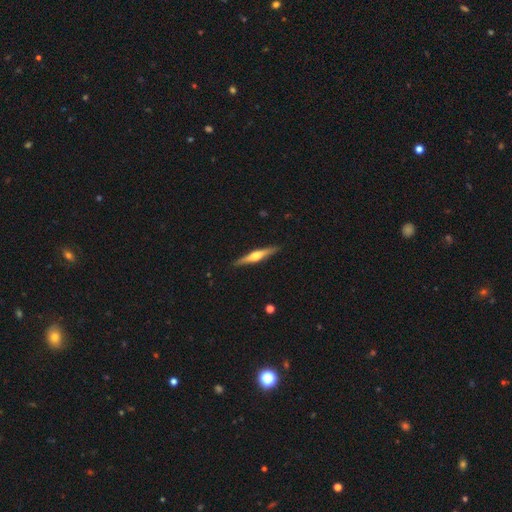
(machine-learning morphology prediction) Smooth or featured? featured or disk (68%)
Edge-on disk? yes (97%)
Edge-on bulge? rounded (92%)
Merging? none (90%)